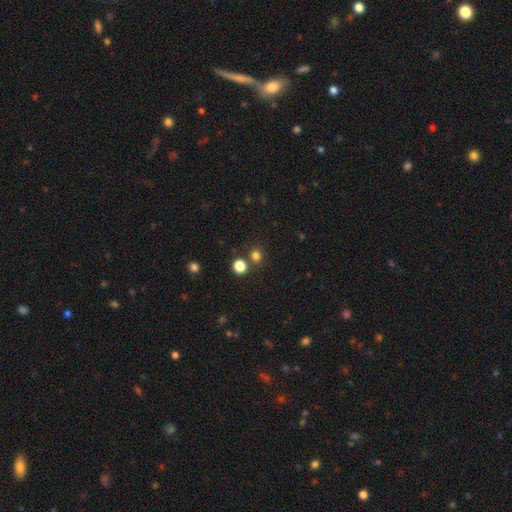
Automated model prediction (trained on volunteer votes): A smooth galaxy with no disk features (77%) that is round (86%). Merging: none (77%).